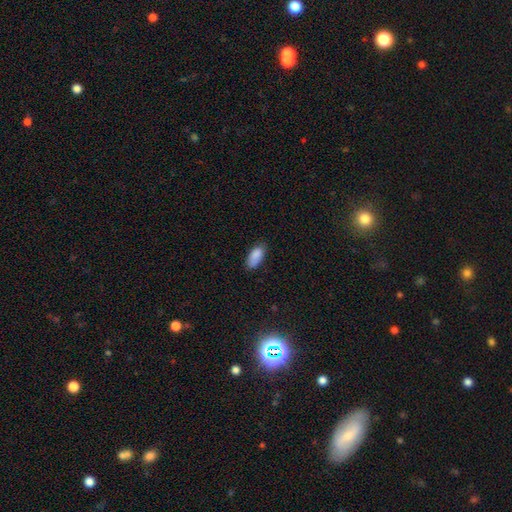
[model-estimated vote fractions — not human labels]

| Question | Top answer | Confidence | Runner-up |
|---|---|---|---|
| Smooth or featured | smooth | 86% | star or artifact (7%) |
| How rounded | in between | 90% | cigar-shaped (7%) |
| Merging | none | 74% | minor disturbance (21%) |